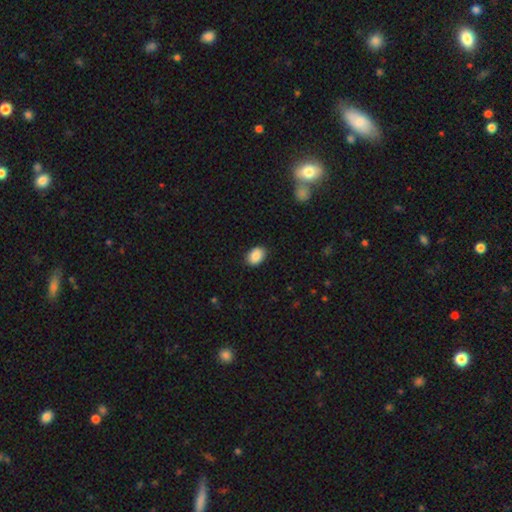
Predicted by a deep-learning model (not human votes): Smooth or featured? smooth (89%)
How rounded? in between (76%)
Merging? none (88%)